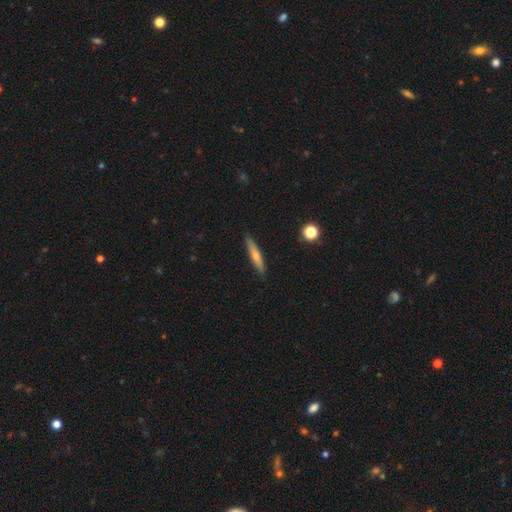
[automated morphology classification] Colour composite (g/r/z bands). It shows a smooth galaxy with no disk features (56%) that is cigar-shaped (87%). Merging: none (89%).